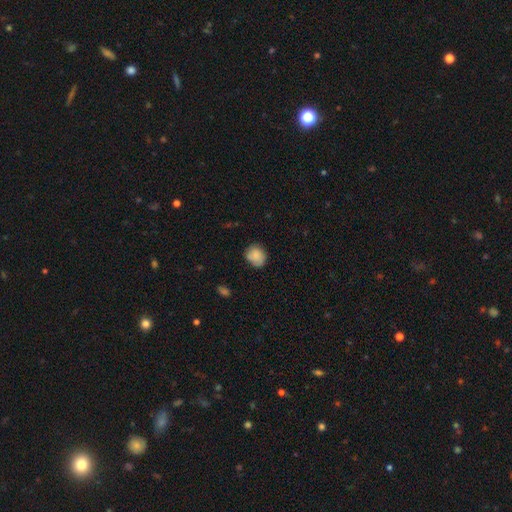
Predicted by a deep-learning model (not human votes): Q: Smooth or featured?
A: smooth (81%); runner-up: featured or disk (11%)
Q: How rounded?
A: round (67%); runner-up: in between (32%)
Q: Merging?
A: none (70%); runner-up: minor disturbance (23%)